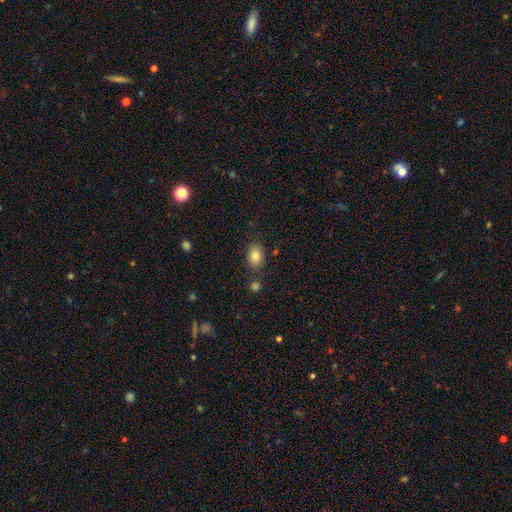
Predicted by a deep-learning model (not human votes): This is clearly a smooth galaxy (84%). How rounded: likely in between (77%). Merging: likely none (80%).